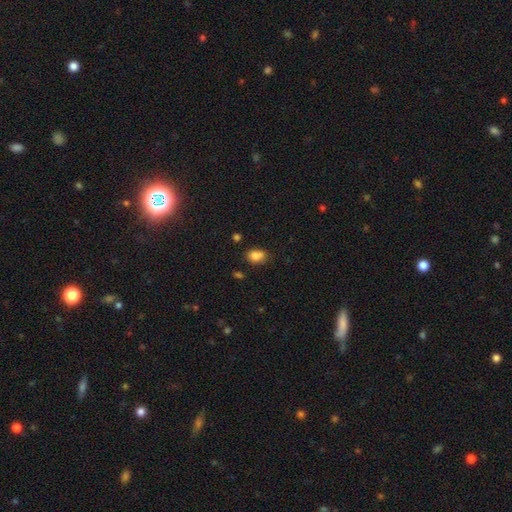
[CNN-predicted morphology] A smooth galaxy with no disk features (81%) that is in between round and cigar-shaped (65%).

Vote fractions:
- Smooth or featured? smooth: 81% / star or artifact: 11% / featured or disk: 8%
- How rounded? in between: 65% / round: 33% / cigar-shaped: 1%
- Merging? none: 59% / minor disturbance: 21% / merger: 14% / major disturbance: 5%